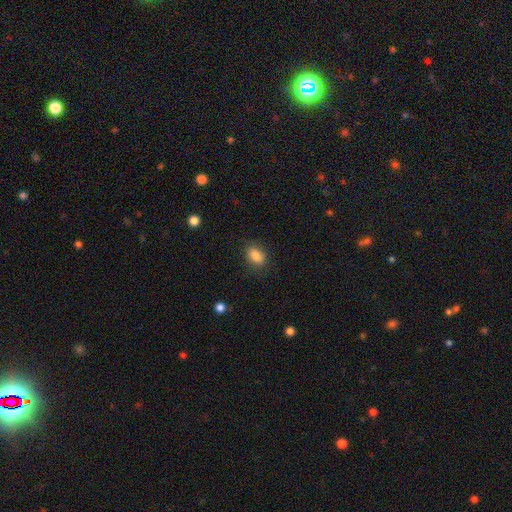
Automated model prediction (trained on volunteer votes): Smooth or featured? Predicted: smooth (p=0.85). How rounded? Predicted: in between (p=0.78). Merging? Predicted: none (p=0.79).